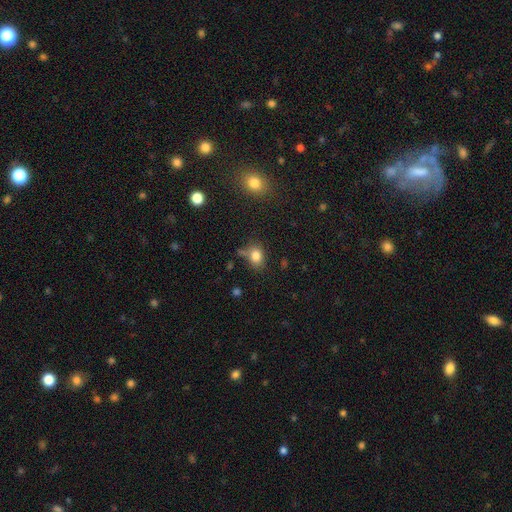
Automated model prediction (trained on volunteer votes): Smooth or featured: smooth — 81% (star or artifact — 12%)
How rounded: in between — 59% (round — 40%)
Merging: none — 62% (minor disturbance — 22%)